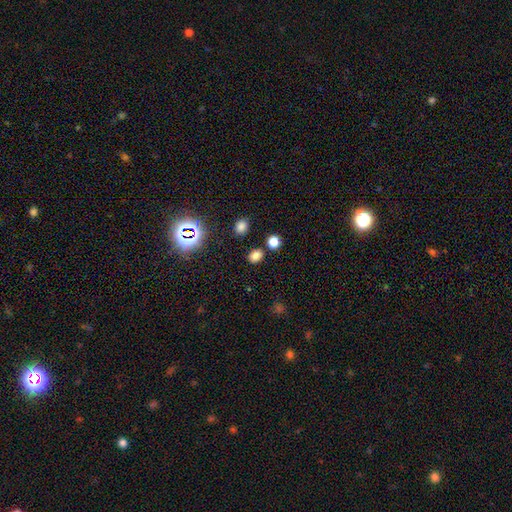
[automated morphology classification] type=smooth (76%); roundness=in between (50%); merging=none (82%).